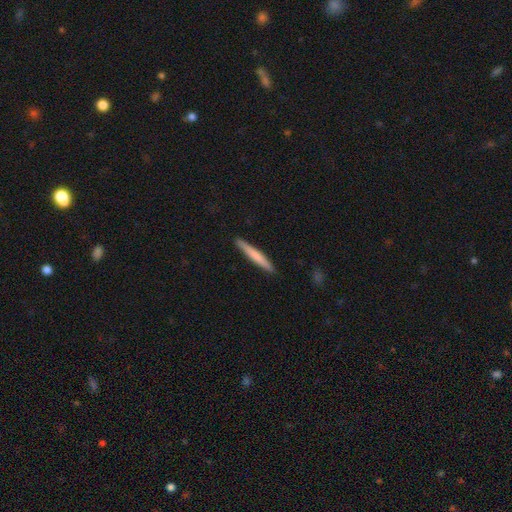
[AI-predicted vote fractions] smooth-or-featured: smooth: 69% | featured or disk: 26% | star or artifact: 5%
  how-rounded: cigar-shaped: 96% | in between: 3% | round: 1%
  merging: none: 91% | minor disturbance: 7% | major disturbance: 1% | merger: 1%